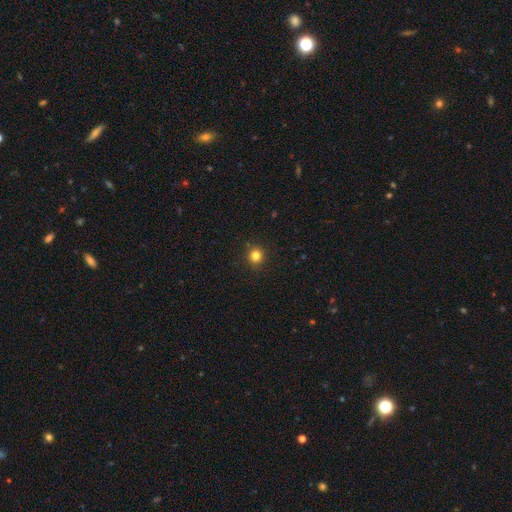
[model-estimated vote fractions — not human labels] Smooth or featured?
  - smooth: 81% *
  - star or artifact: 14%
  - featured or disk: 5%
How rounded?
  - round: 94% *
  - in between: 5%
  - cigar-shaped: 1%
Merging?
  - none: 91% *
  - minor disturbance: 6%
  - major disturbance: 2%
  - merger: 1%